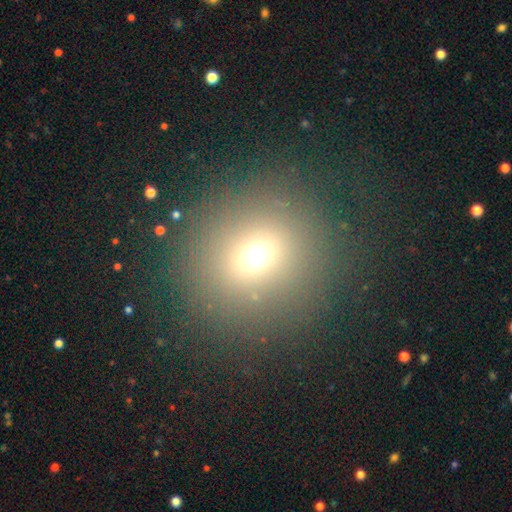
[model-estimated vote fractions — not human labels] The model was most divided on "smooth or featured": smooth: 65%, star or artifact: 24%, featured or disk: 11%. More confident: how rounded — round (84%); merging — none (83%).